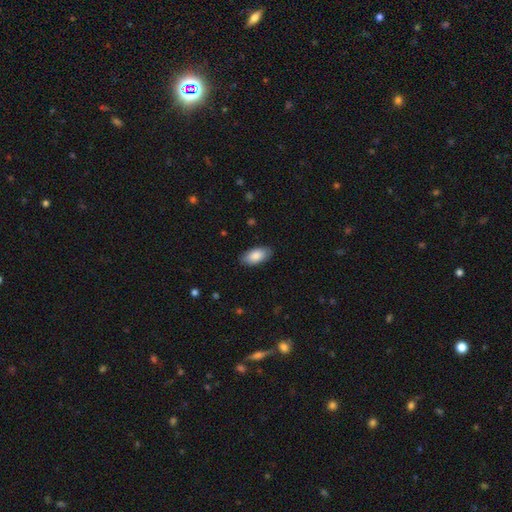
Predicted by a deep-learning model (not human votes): The model was most divided on "merging": none: 87%, minor disturbance: 10%, major disturbance: 2%, merger: 1%. More confident: how rounded — in between (94%); smooth or featured — smooth (87%).